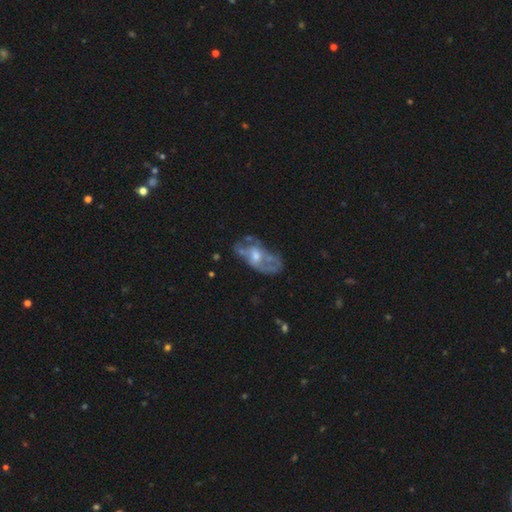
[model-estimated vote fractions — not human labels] Smooth or featured? Predicted: featured or disk (p=0.65). Edge-on disk? Predicted: no (p=0.92). Bar? Predicted: no (p=0.73). Spiral arms? Predicted: no (p=0.62). Bulge size? Predicted: moderate (p=0.54). Merging? Predicted: none (p=0.47).